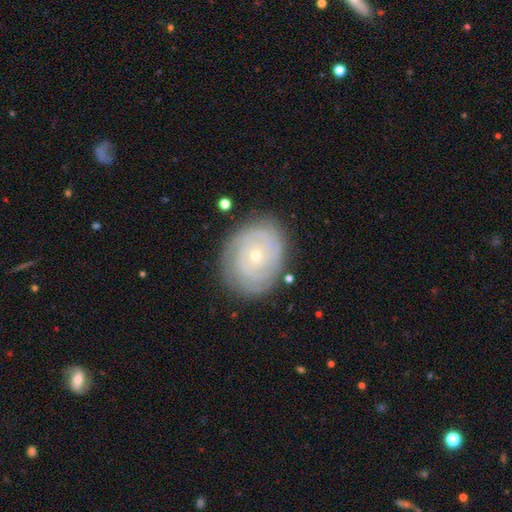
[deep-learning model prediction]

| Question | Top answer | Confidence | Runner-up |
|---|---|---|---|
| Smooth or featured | featured or disk | 77% | smooth (16%) |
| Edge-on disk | no | 97% | yes (3%) |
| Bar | no | 83% | weak (14%) |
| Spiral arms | yes | 89% | no (11%) |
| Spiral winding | tight | 82% | medium (14%) |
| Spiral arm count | can't tell | 39% | 2 (24%) |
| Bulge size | small | 77% | moderate (20%) |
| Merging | none | 82% | minor disturbance (13%) |